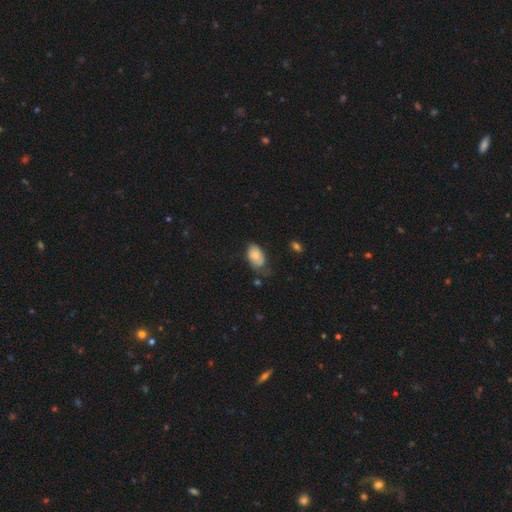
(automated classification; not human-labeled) This is likely a smooth galaxy (73%). How rounded: clearly in between (91%). Merging: marginally none (44%).